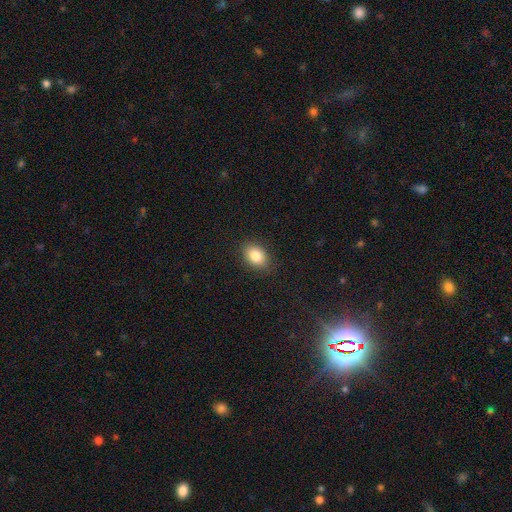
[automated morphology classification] type=smooth (83%); roundness=in between (75%); merging=none (87%).